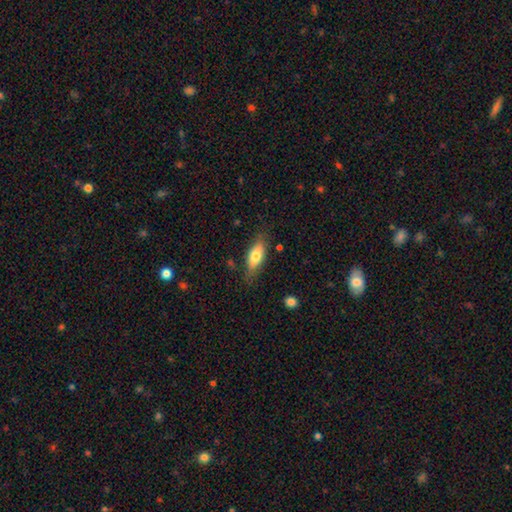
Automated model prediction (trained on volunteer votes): Smooth or featured? Predicted: smooth (p=0.71). How rounded? Predicted: in between (p=0.75). Merging? Predicted: none (p=0.74).